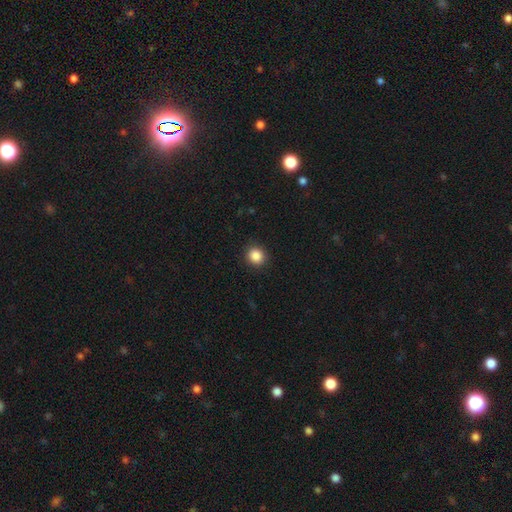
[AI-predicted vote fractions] smooth_or_featured: smooth (p=0.87) [alt: star or artifact p=0.10]
how_rounded: round (p=0.86) [alt: in between p=0.13]
merging: none (p=0.91) [alt: minor disturbance p=0.06]